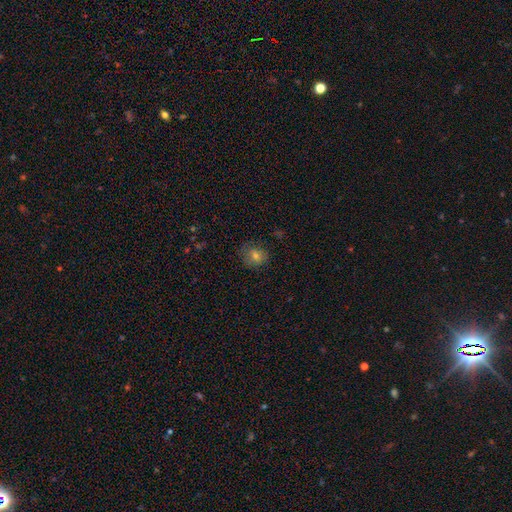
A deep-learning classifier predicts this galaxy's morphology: The model was most divided on "how rounded": round: 73%, in between: 26%, cigar-shaped: 1%. More confident: merging — none (78%); smooth or featured — smooth (67%).